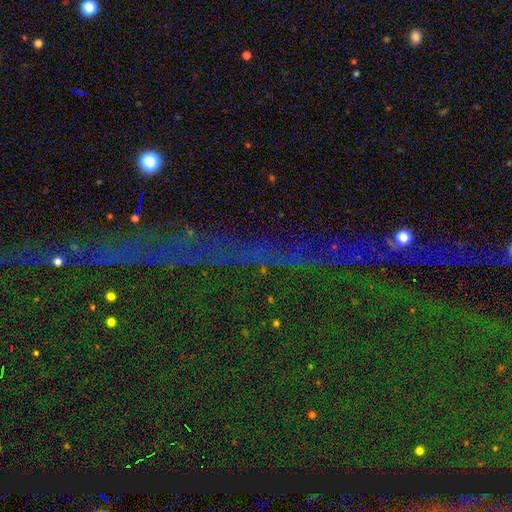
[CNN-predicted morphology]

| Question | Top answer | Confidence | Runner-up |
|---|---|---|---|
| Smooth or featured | star or artifact | 81% | featured or disk (10%) |